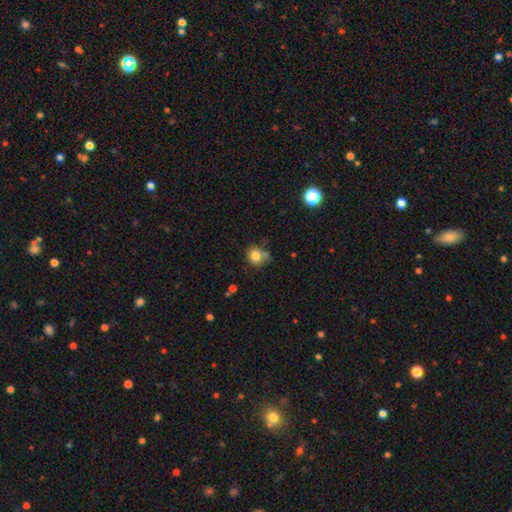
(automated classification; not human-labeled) This appears to be a smooth galaxy with no disk features (79%) that is round (74%). Merging: none (54%).